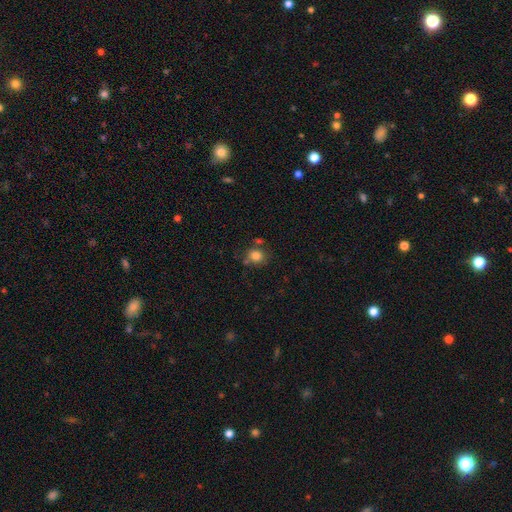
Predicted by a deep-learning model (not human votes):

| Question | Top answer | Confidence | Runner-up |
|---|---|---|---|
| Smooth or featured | smooth | 81% | star or artifact (12%) |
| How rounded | round | 71% | in between (28%) |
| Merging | none | 68% | minor disturbance (15%) |